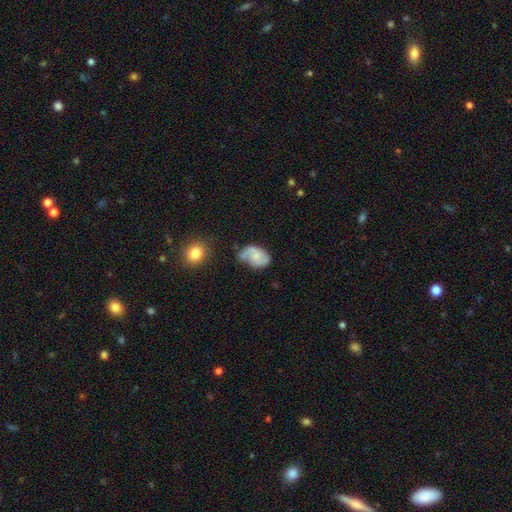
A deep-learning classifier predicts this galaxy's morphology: This is possibly a featured or disk galaxy (53%). It is clearly not viewed edge-on (97%). Bar: likely no (63%). Spiral arm pattern: clearly yes (84%). Central bulge: marginally small (41%). Merging: marginally none (44%).